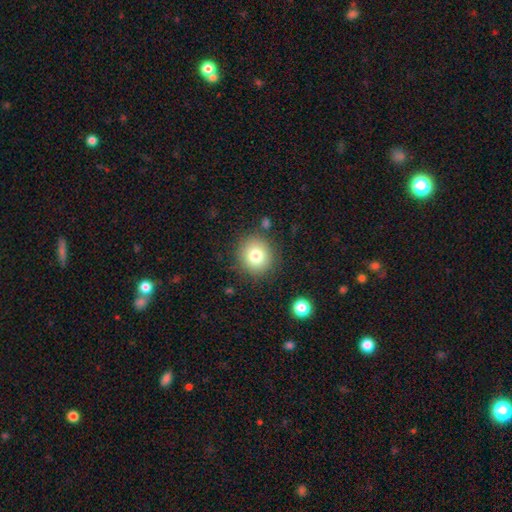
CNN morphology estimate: Q: Smooth or featured?
A: smooth (79%); runner-up: star or artifact (11%)
Q: How rounded?
A: round (87%); runner-up: in between (13%)
Q: Merging?
A: none (86%); runner-up: minor disturbance (9%)